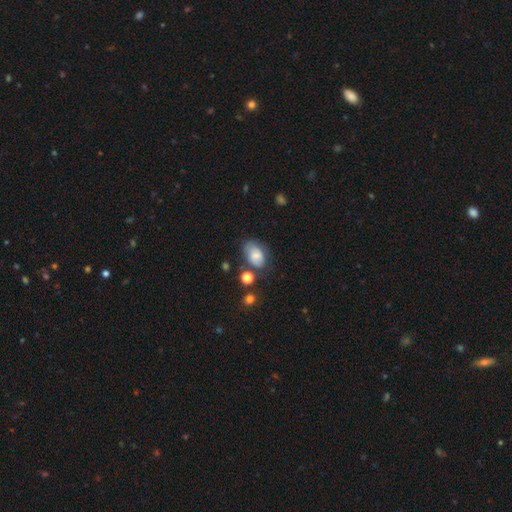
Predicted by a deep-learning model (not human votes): Smooth or featured? Predicted: smooth (p=0.69). How rounded? Predicted: in between (p=0.82). Merging? Predicted: none (p=0.52).